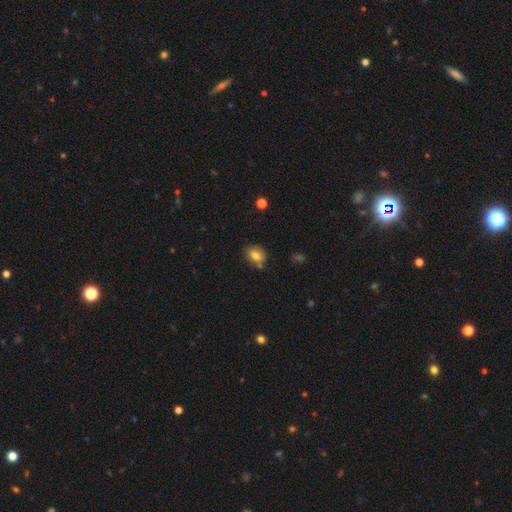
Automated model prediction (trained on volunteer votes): smooth 77%, featured or disk 13%, star or artifact 10%. Down the decision tree: how rounded — in between (66%); merging — none (68%).